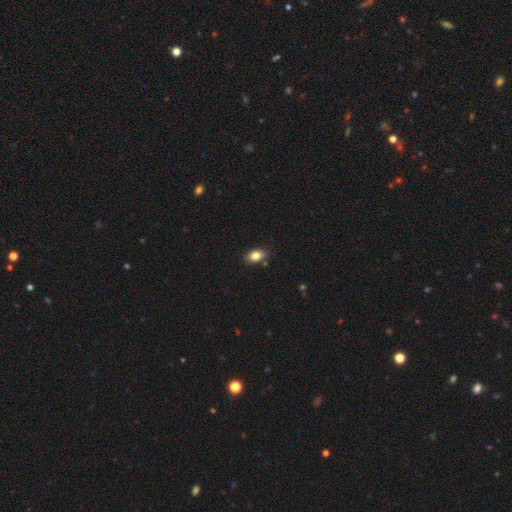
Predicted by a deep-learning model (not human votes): smooth 82%, star or artifact 9%, featured or disk 9%. Down the decision tree: how rounded — in between (84%); merging — none (81%).